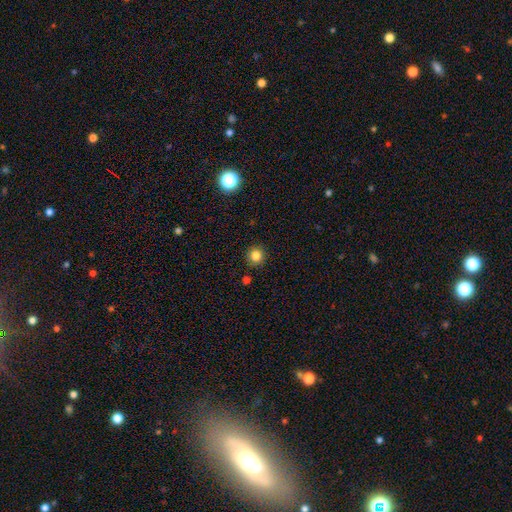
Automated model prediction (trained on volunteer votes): Overall: smooth (83%). How rounded: round (91%). Merging: none (88%).